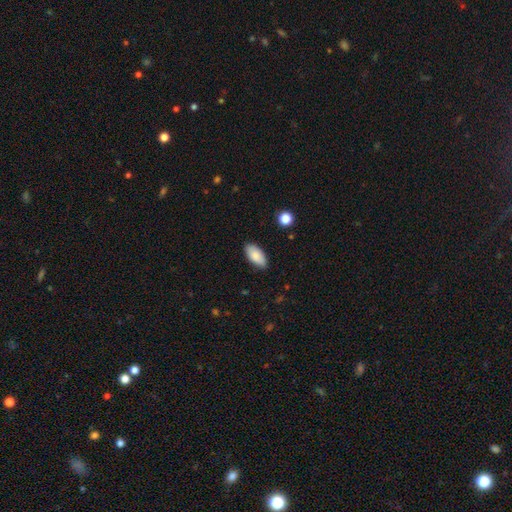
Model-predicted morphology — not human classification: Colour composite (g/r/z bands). It shows a smooth galaxy with no disk features (87%) that is in between round and cigar-shaped (92%). Merging: none (86%).